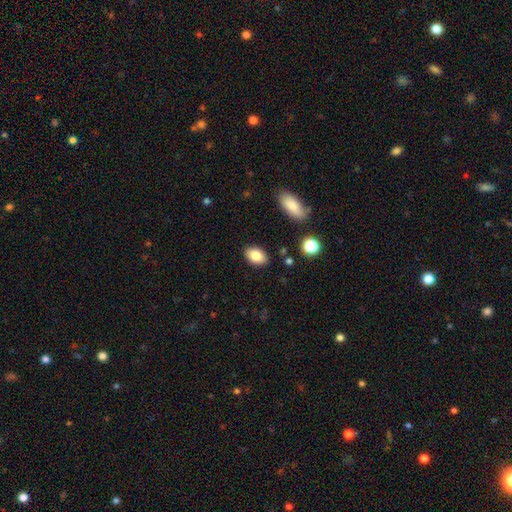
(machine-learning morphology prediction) smooth-or-featured: smooth: 83% | featured or disk: 9% | star or artifact: 8%
  how-rounded: in between: 86% | round: 12% | cigar-shaped: 1%
  merging: none: 87% | minor disturbance: 9% | major disturbance: 2% | merger: 2%